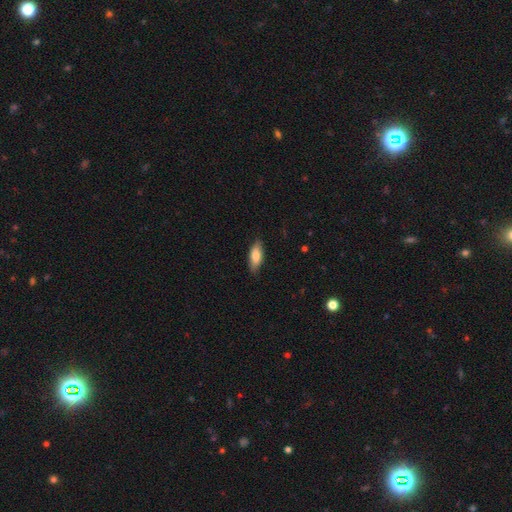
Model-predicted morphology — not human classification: This is likely a smooth galaxy (76%). How rounded: likely in between (74%). Merging: clearly none (85%).